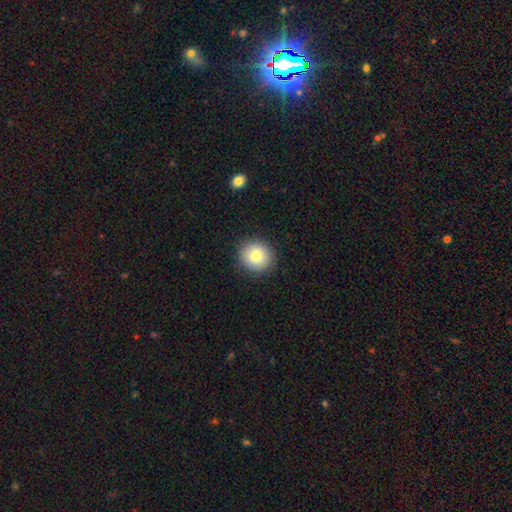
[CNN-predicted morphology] Smooth or featured: smooth — 81% (featured or disk — 11%)
How rounded: round — 89% (in between — 11%)
Merging: none — 90% (minor disturbance — 7%)